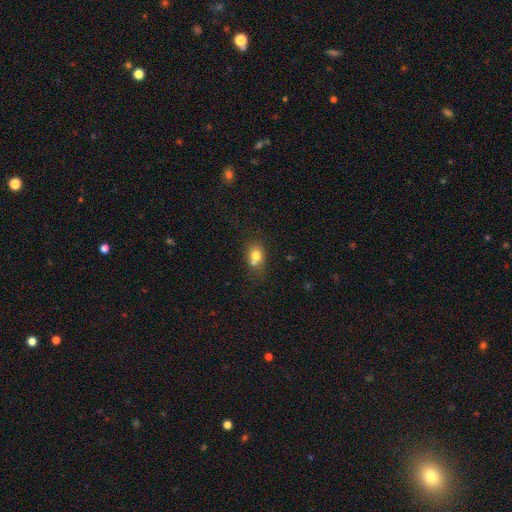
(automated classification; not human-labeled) Smooth or featured? smooth (73%)
How rounded? round (53%)
Merging? none (41%, tied with merger)